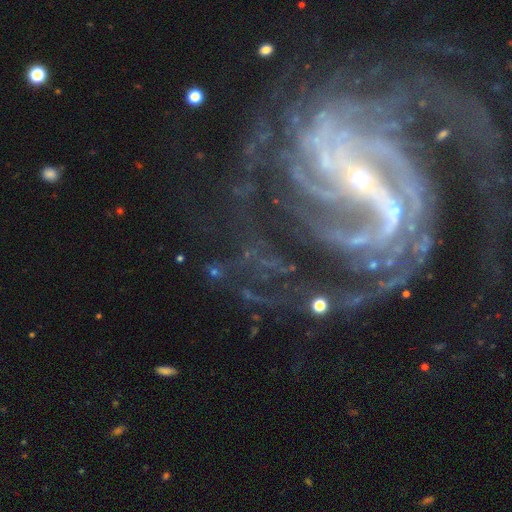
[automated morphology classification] featured or disk 91%, star or artifact 6%, smooth 2%. Down the decision tree: edge-on disk — no (98%); bar — strong (52%); spiral arms — yes (98%); spiral arm count — 2 (22%); spiral winding — tight (44%); bulge size — small (86%); merging — none (56%).